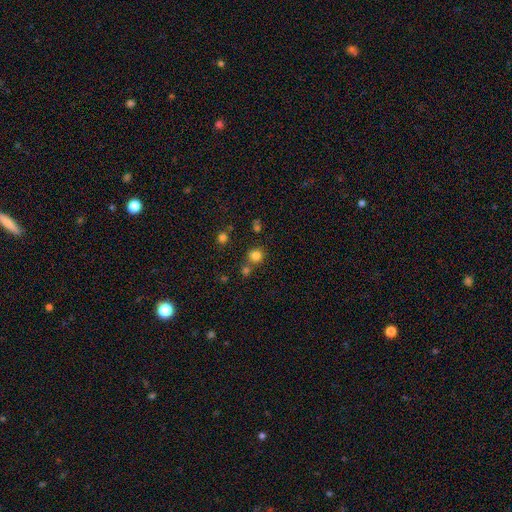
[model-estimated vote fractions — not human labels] The model was most divided on "merging": none: 68%, merger: 19%, minor disturbance: 9%, major disturbance: 4%. More confident: how rounded — round (86%); smooth or featured — smooth (79%).